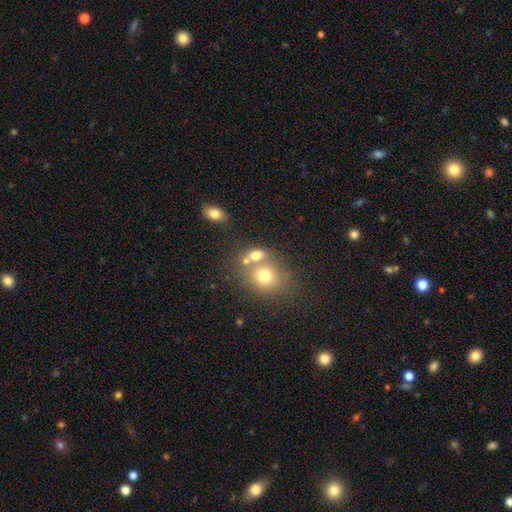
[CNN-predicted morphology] Smooth or featured: smooth — 71% (featured or disk — 15%)
How rounded: in between — 50% (round — 48%)
Merging: merger — 45% (none — 39%)